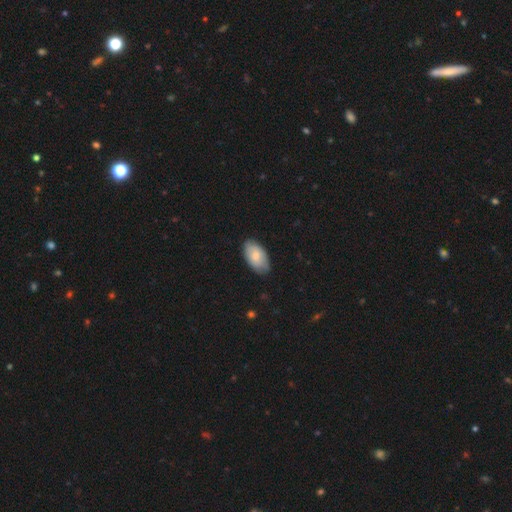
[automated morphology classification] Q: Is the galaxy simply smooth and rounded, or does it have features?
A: smooth — 77%.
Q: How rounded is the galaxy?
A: in between — 95%.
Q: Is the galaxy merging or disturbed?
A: none — 80%.